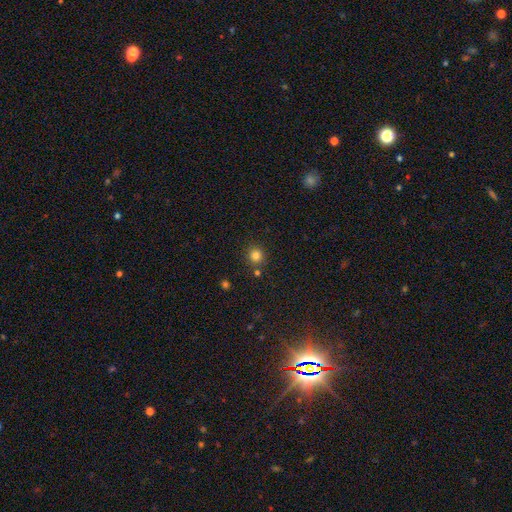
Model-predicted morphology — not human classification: A smooth galaxy with no disk features (82%) that is round (92%).

Vote fractions:
- Smooth or featured? smooth: 82% / star or artifact: 13% / featured or disk: 5%
- How rounded? round: 92% / in between: 7% / cigar-shaped: 1%
- Merging? none: 84% / minor disturbance: 7% / merger: 6% / major disturbance: 2%